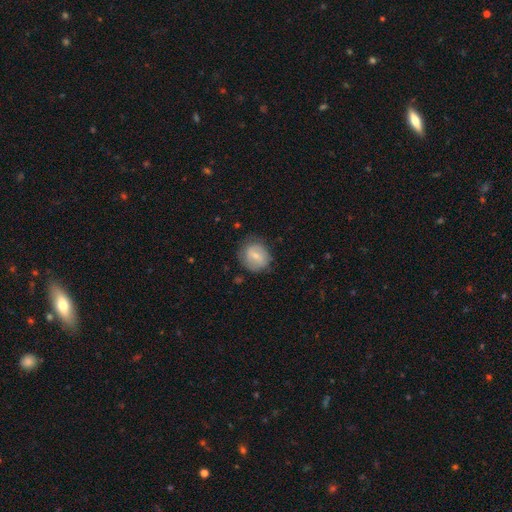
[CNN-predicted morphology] Smooth or featured? smooth (63%)
How rounded? round (74%)
Merging? none (70%)